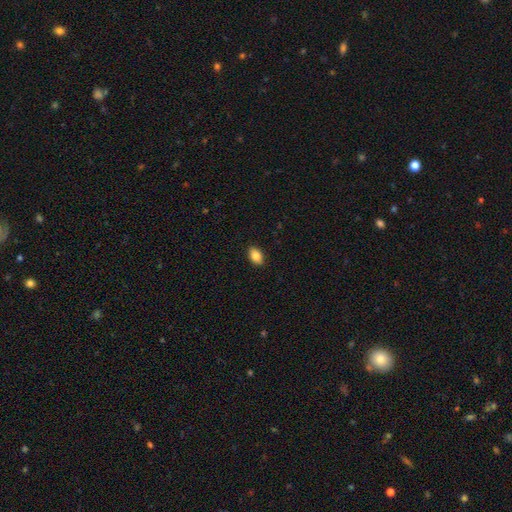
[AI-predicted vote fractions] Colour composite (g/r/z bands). It shows a smooth galaxy with no disk features (87%) that is in between round and cigar-shaped (89%). Merging: none (89%).